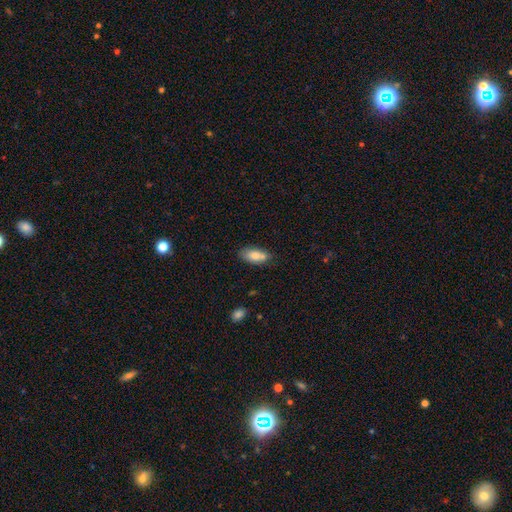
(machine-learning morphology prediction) Q: Smooth or featured?
A: smooth (79%); runner-up: featured or disk (14%)
Q: How rounded?
A: in between (86%); runner-up: cigar-shaped (11%)
Q: Merging?
A: none (64%); runner-up: minor disturbance (21%)